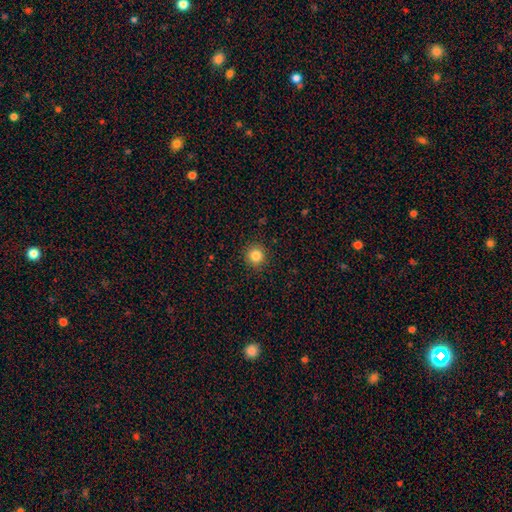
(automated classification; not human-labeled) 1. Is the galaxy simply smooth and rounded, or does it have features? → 84% smooth, 11% star or artifact, 5% featured or disk.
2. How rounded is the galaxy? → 94% round, 5% in between, 1% cigar-shaped.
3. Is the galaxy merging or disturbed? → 91% none, 6% minor disturbance, 2% major disturbance, 1% merger.